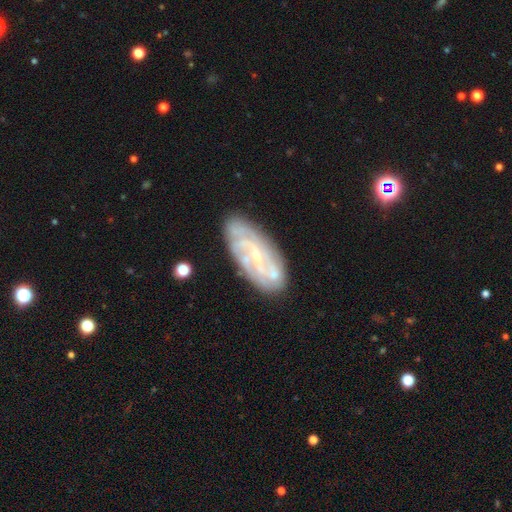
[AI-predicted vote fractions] A featured or disk galaxy (75%) with no bar (49%), tight (55%) spiral arms (87%) and a small central bulge (74%). Merging: none (79%).